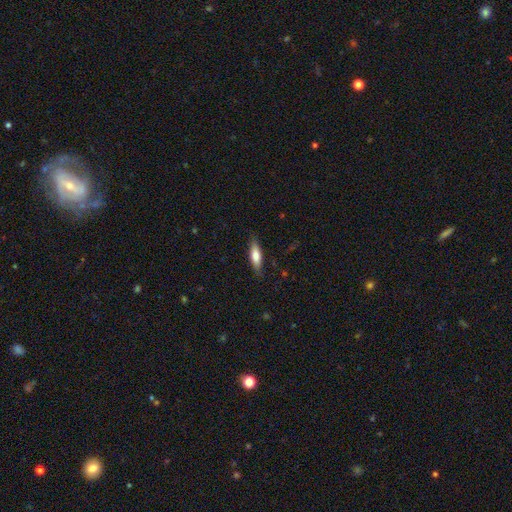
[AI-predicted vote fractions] Smooth or featured? Predicted: smooth (p=0.69). How rounded? Predicted: cigar-shaped (p=0.54). Merging? Predicted: none (p=0.84).